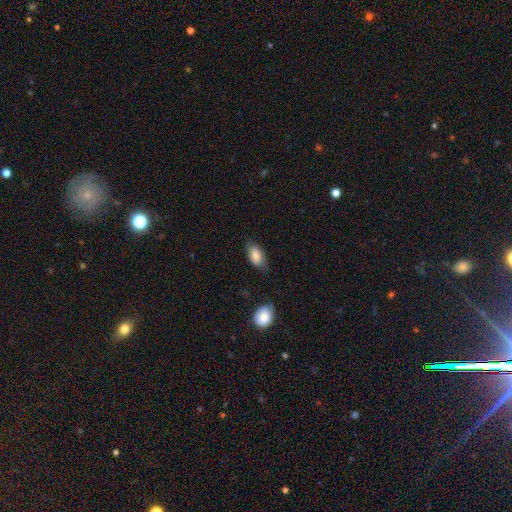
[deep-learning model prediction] This is clearly a smooth galaxy (82%). How rounded: clearly in between (91%). Merging: likely none (71%).